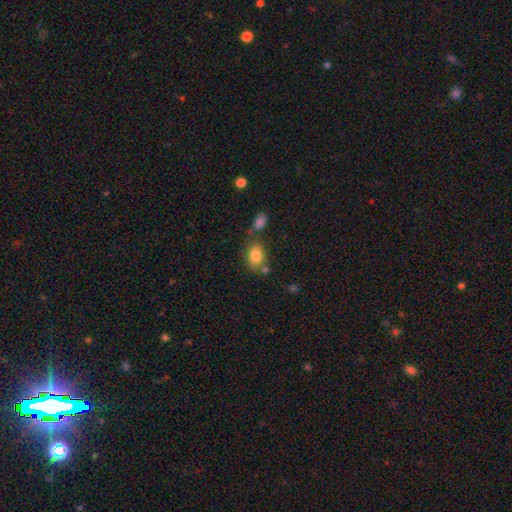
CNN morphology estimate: This appears to be a smooth galaxy with no disk features (81%) that is in between round and cigar-shaped (78%). Merging: none (62%).